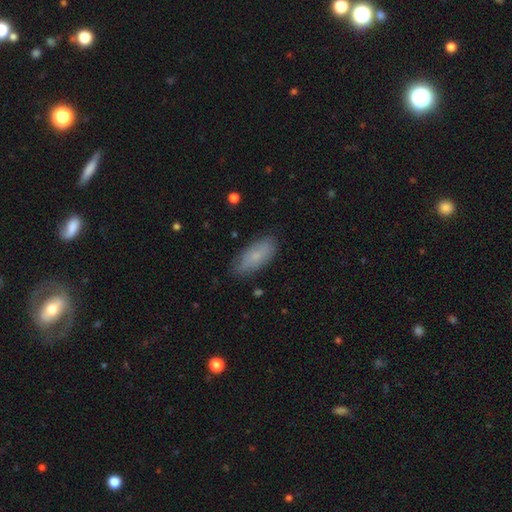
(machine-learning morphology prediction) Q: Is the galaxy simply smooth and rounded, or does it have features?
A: smooth — 74%.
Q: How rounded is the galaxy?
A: in between — 81%.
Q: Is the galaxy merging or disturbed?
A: none — 80%.